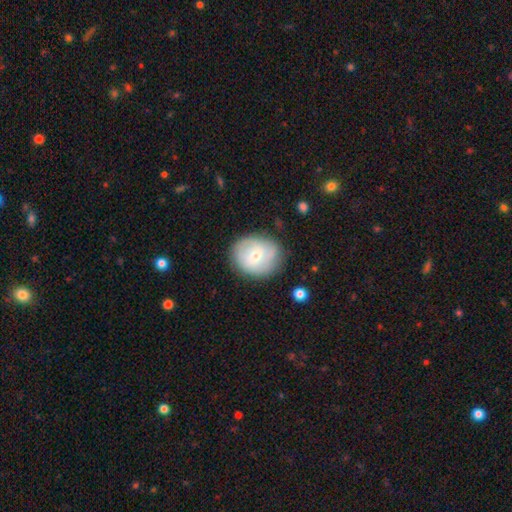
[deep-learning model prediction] smooth 48%, featured or disk 44%, star or artifact 8%. Down the decision tree: merging — none (74%).